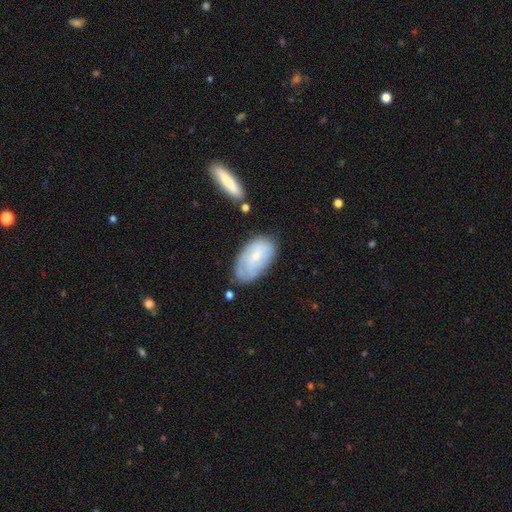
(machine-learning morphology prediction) smooth_or_featured: smooth (p=0.48) [alt: featured or disk p=0.45]
merging: none (p=0.63) [alt: minor disturbance p=0.24]